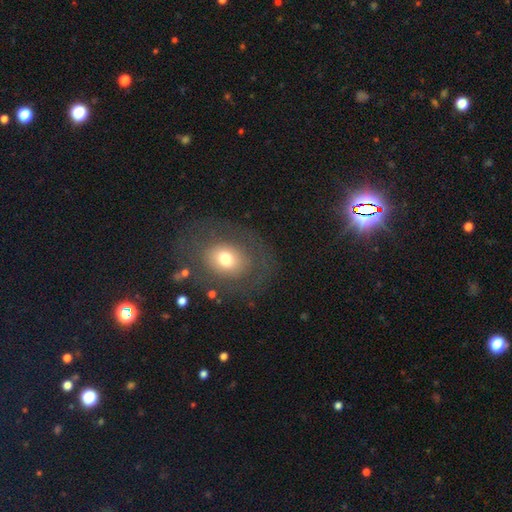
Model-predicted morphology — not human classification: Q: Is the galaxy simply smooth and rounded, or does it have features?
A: smooth — 37%.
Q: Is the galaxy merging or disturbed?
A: none — 79%.